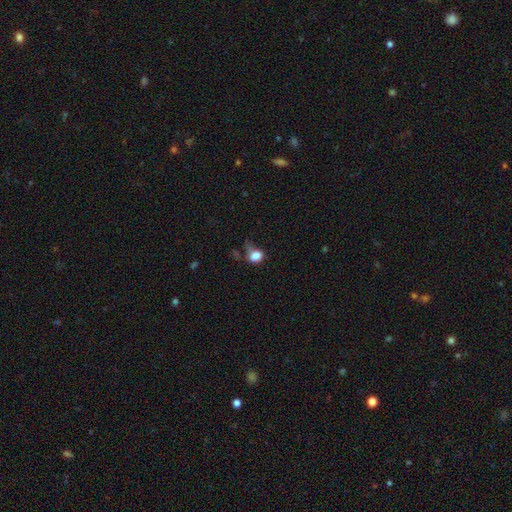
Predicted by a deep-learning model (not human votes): Smooth or featured: smooth — 78% (star or artifact — 11%)
How rounded: in between — 54% (round — 45%)
Merging: major disturbance — 33% (none — 30%)